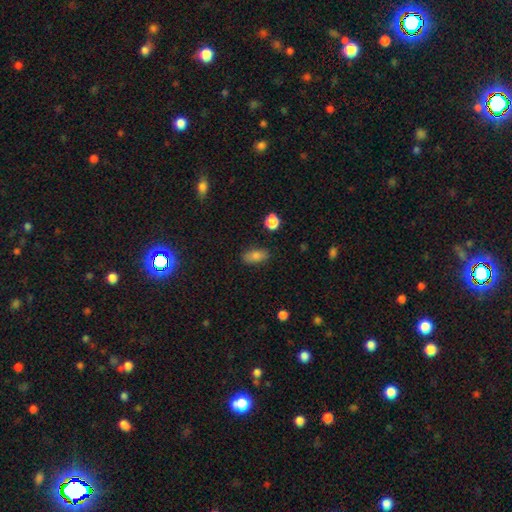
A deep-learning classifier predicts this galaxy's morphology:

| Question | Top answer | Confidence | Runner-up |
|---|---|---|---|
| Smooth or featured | smooth | 79% | star or artifact (11%) |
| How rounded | in between | 85% | cigar-shaped (9%) |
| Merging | none | 85% | minor disturbance (11%) |